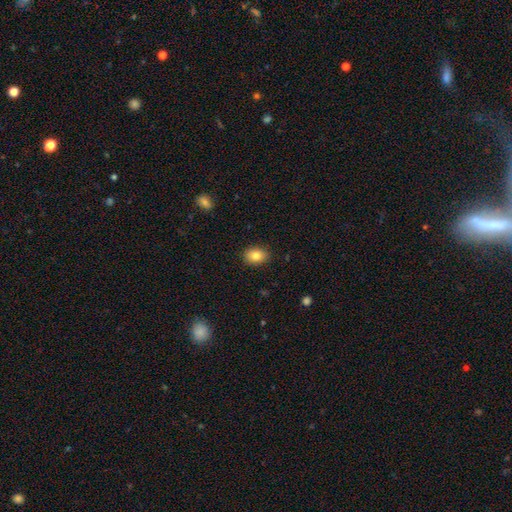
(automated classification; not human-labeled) A smooth galaxy with no disk features (84%) that is in between round and cigar-shaped (70%).

Vote fractions:
- Smooth or featured? smooth: 84% / star or artifact: 9% / featured or disk: 8%
- How rounded? in between: 70% / round: 29% / cigar-shaped: 1%
- Merging? none: 89% / minor disturbance: 8% / major disturbance: 2% / merger: 1%